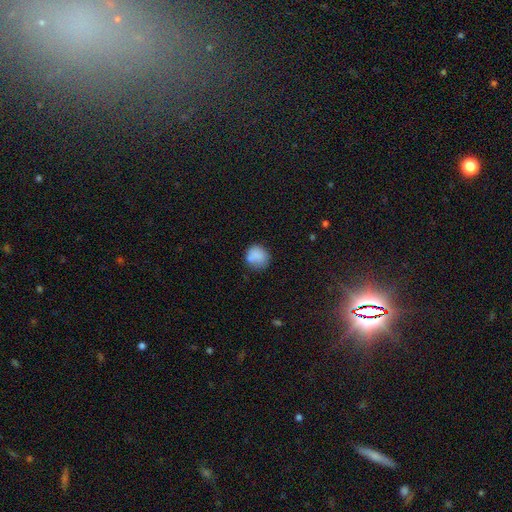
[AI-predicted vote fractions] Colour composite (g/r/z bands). It shows a smooth galaxy with no disk features (84%) that is round (83%). Merging: none (69%).